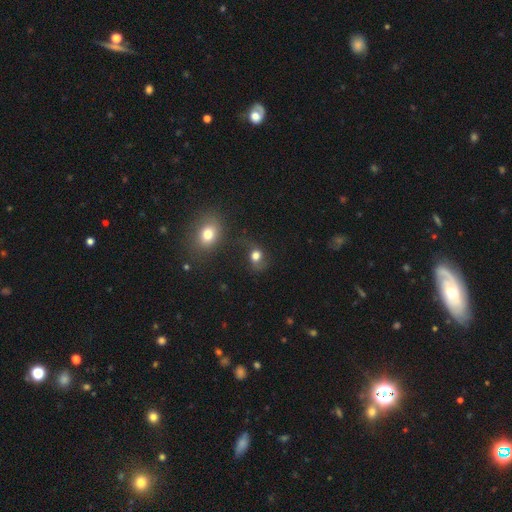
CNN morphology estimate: This appears to be a smooth galaxy with no disk features (66%) that is round (57%). Merging: none (46%).